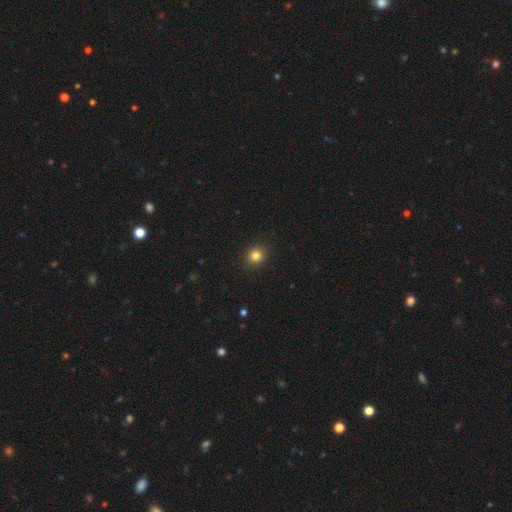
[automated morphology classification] A smooth galaxy with no disk features (83%) that is round (78%).

Vote fractions:
- Smooth or featured? smooth: 83% / star or artifact: 12% / featured or disk: 5%
- How rounded? round: 78% / in between: 21% / cigar-shaped: 1%
- Merging? none: 91% / minor disturbance: 6% / major disturbance: 2% / merger: 1%